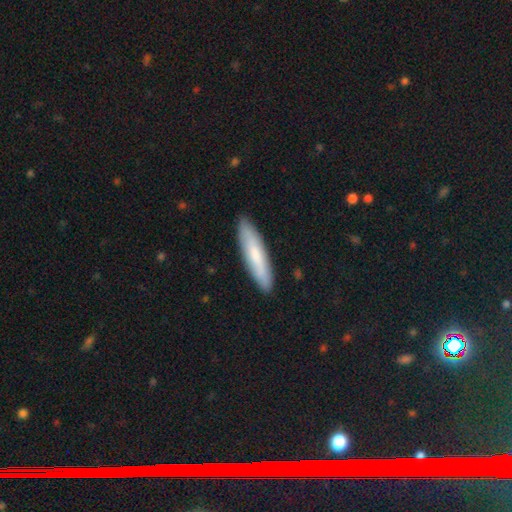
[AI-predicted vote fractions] This appears to be a smooth galaxy with no disk features (71%) that is cigar-shaped (79%). Merging: none (89%).